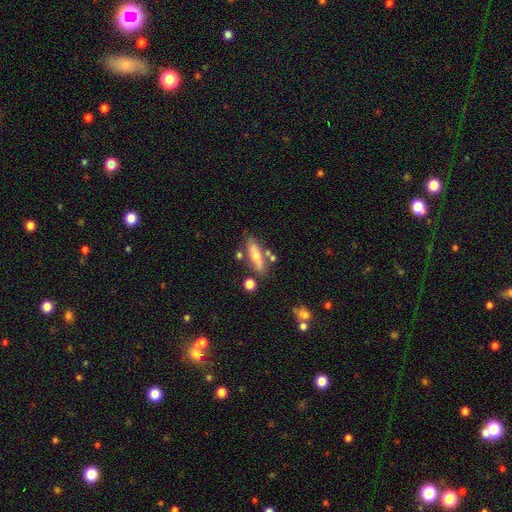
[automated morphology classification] A smooth galaxy with no disk features (53%) that is cigar-shaped (64%). Merging: none (72%).